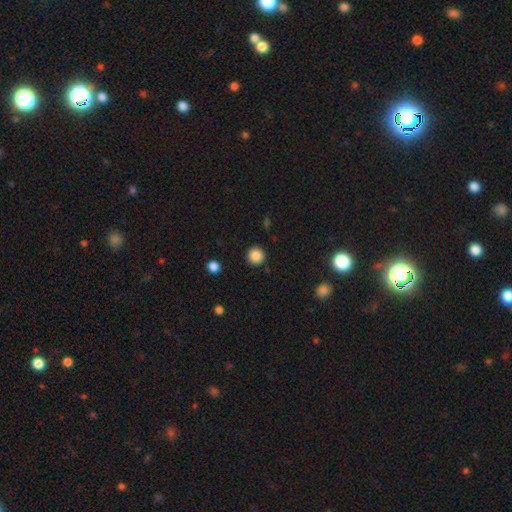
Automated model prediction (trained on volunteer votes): smooth_or_featured: smooth (p=0.86) [alt: star or artifact p=0.10]
how_rounded: round (p=0.95) [alt: in between p=0.04]
merging: none (p=0.91) [alt: minor disturbance p=0.05]